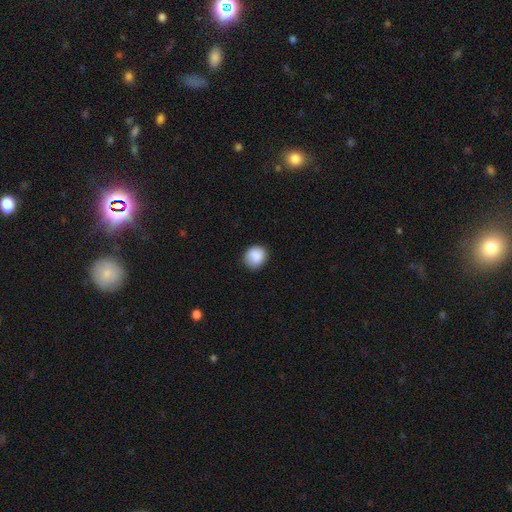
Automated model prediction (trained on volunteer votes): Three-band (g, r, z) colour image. It shows a smooth galaxy with no disk features (88%) that is round (78%). Merging: none (83%).